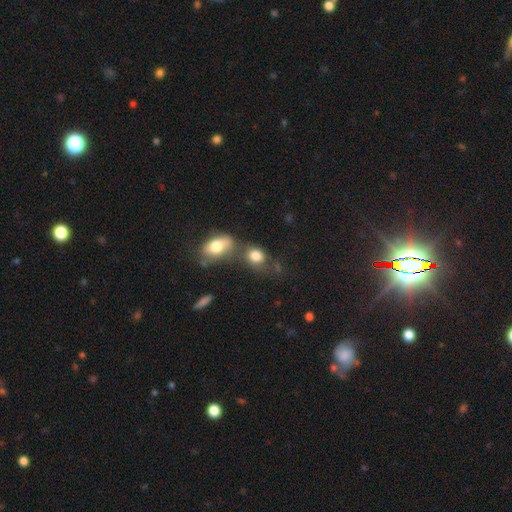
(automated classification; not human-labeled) This is clearly a smooth galaxy (80%). How rounded: likely in between (60%). Merging: marginally merger (40%).